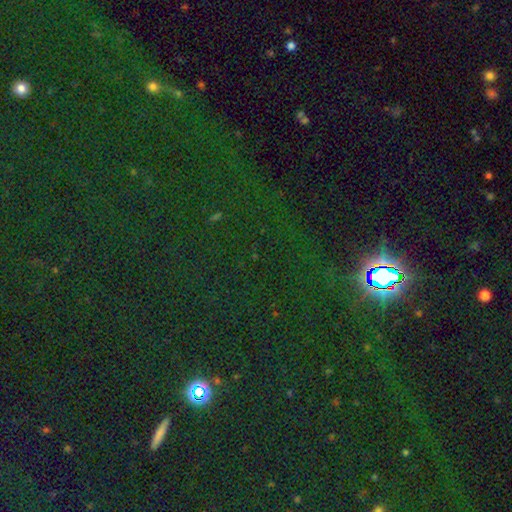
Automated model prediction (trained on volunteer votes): Smooth or featured: star or artifact — 81% (smooth — 12%)